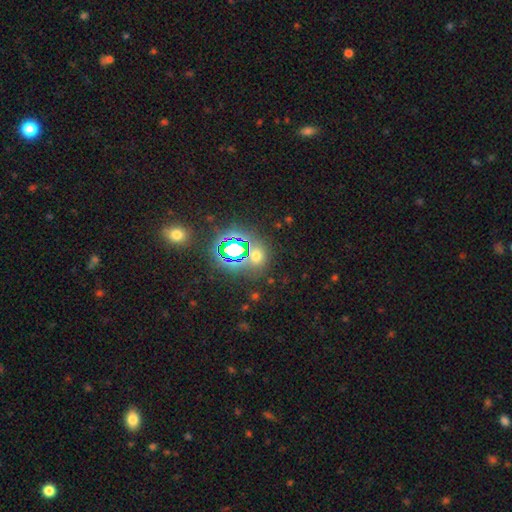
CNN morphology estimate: Q: Smooth or featured?
A: star or artifact (48%); runner-up: smooth (44%)